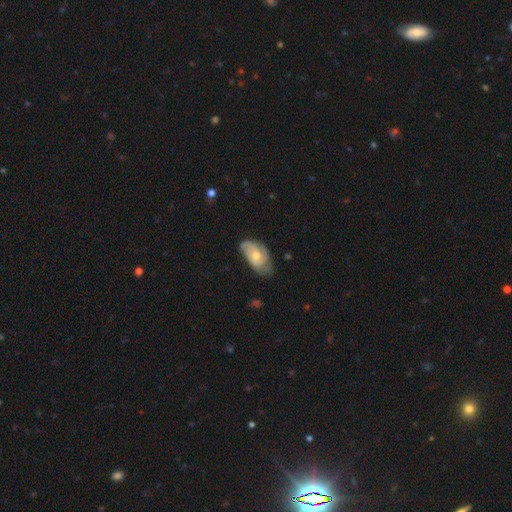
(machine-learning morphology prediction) The model was most divided on "merging": none: 52%, minor disturbance: 35%, major disturbance: 12%, merger: 2%. More confident: edge-on disk — no (95%); spiral arms — yes (80%); bar — no (79%); bulge size — moderate (59%); smooth or featured — featured or disk (58%).